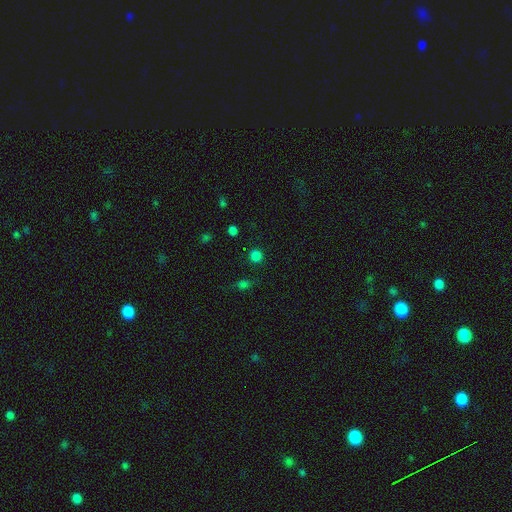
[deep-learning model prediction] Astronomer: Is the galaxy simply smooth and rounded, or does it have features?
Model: smooth — 79%.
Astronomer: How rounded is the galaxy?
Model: round — 92%.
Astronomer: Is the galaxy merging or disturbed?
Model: none — 87%.